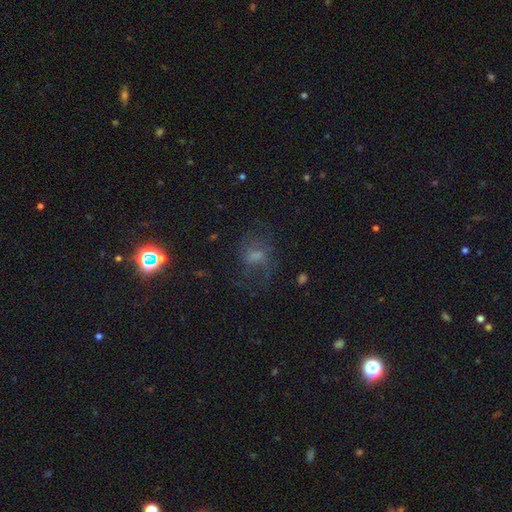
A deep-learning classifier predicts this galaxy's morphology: smooth_or_featured: featured or disk (p=0.44) [alt: smooth p=0.38]
merging: none (p=0.48) [alt: major disturbance p=0.31]